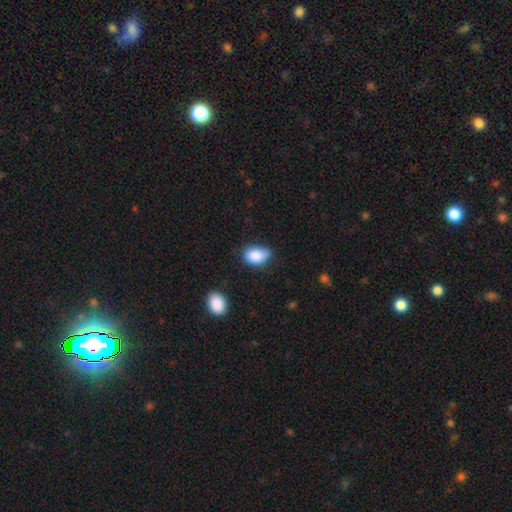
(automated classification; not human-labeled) smooth 84%, star or artifact 8%, featured or disk 8%. Down the decision tree: how rounded — in between (81%); merging — none (47%).